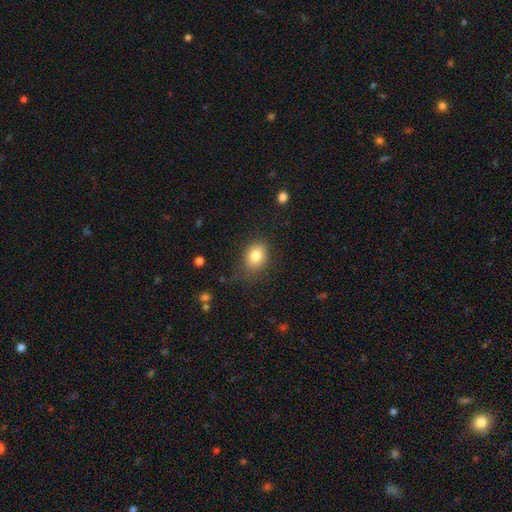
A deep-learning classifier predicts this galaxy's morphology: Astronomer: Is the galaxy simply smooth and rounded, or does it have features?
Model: smooth — 82%.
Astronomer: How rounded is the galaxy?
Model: in between — 60% (runner-up: round, 39%).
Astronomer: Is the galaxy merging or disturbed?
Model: none — 76%.